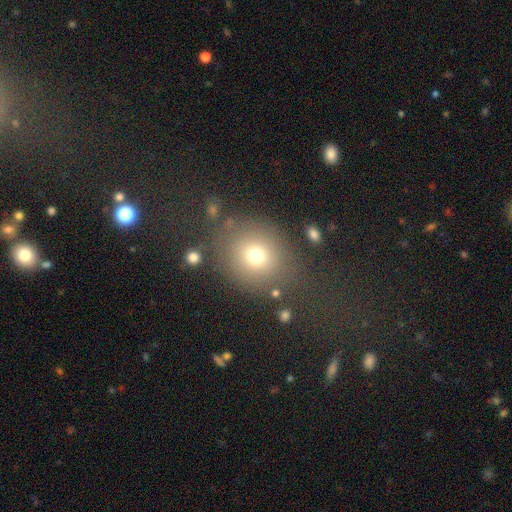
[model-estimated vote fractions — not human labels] A smooth galaxy with no disk features (72%) that is round (75%).

Vote fractions:
- Smooth or featured? smooth: 72% / star or artifact: 16% / featured or disk: 12%
- How rounded? round: 75% / in between: 24% / cigar-shaped: 1%
- Merging? none: 72% / minor disturbance: 13% / major disturbance: 9% / merger: 5%